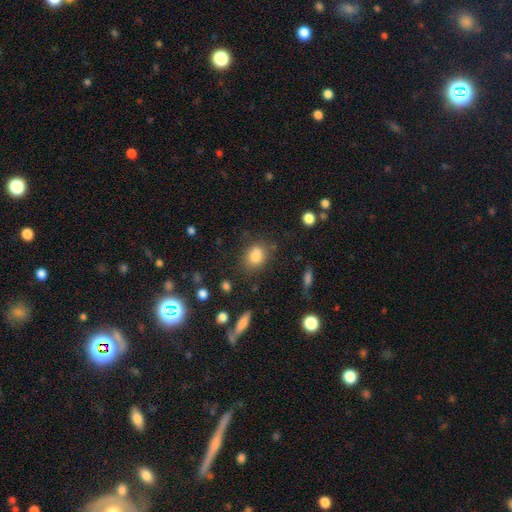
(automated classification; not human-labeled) Smooth or featured? smooth (81%)
How rounded? in between (57%)
Merging? none (64%)